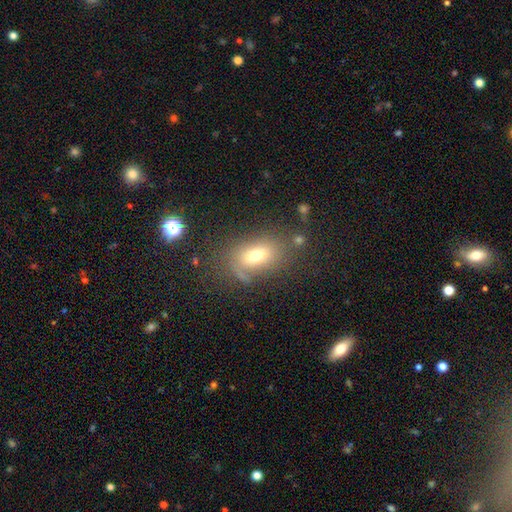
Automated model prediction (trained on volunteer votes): Morphology: type=smooth (67%); roundness=in between (78%); merging=none (63%).